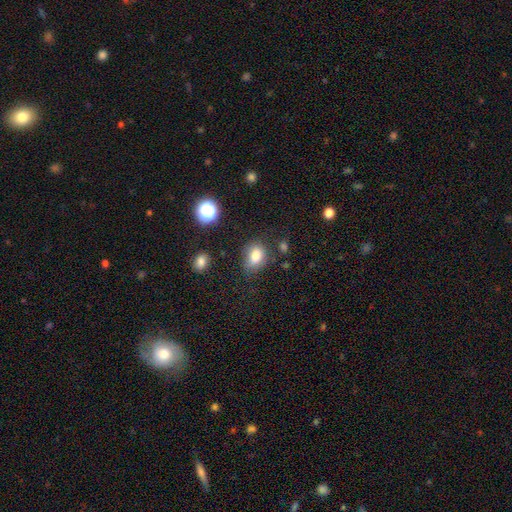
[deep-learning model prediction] A smooth galaxy with no disk features (80%) that is in between round and cigar-shaped (68%). Merging: none (63%).